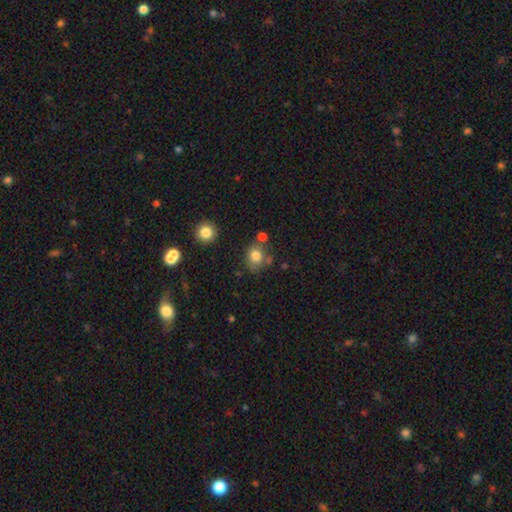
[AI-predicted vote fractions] Smooth or featured? Predicted: smooth (p=0.79). How rounded? Predicted: round (p=0.61). Merging? Predicted: none (p=0.64).